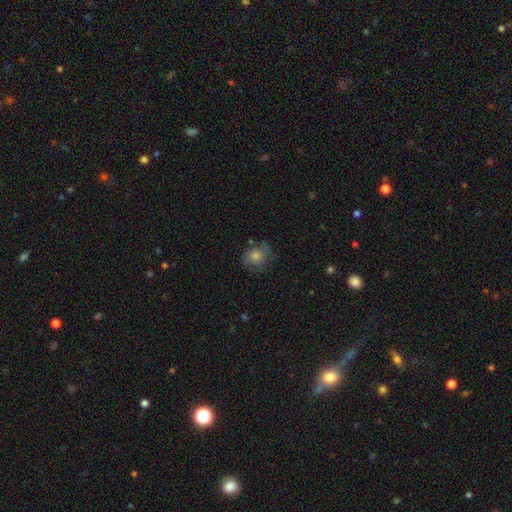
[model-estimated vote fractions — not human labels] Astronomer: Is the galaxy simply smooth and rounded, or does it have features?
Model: smooth — 56%.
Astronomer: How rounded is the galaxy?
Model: round — 76%.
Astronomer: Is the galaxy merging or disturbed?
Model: none — 72%.